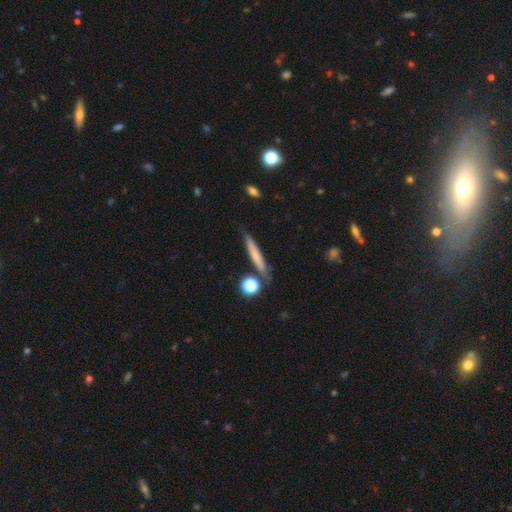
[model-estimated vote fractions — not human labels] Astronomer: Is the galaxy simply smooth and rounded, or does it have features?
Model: smooth — 60%.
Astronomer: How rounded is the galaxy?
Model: cigar-shaped — 90%.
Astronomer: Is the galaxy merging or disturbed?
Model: none — 78%.